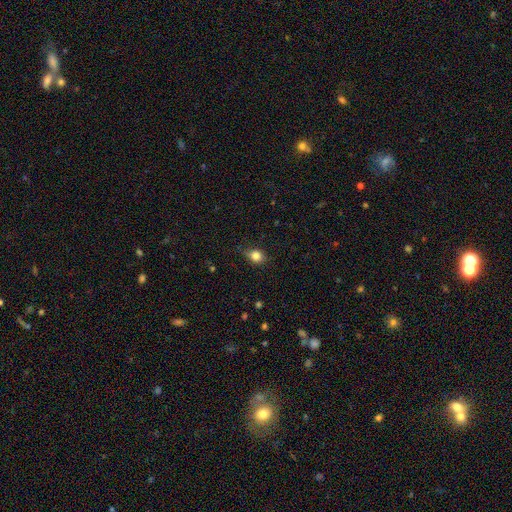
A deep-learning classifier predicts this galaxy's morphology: A smooth galaxy with no disk features (82%) that is in between round and cigar-shaped (49%, tied with round).

Vote fractions:
- Smooth or featured? smooth: 82% / star or artifact: 10% / featured or disk: 7%
- How rounded? in between: 49% (tied) / round: 49% (tied) / cigar-shaped: 2%
- Merging? none: 74% / minor disturbance: 21% / major disturbance: 5% / merger: 1%